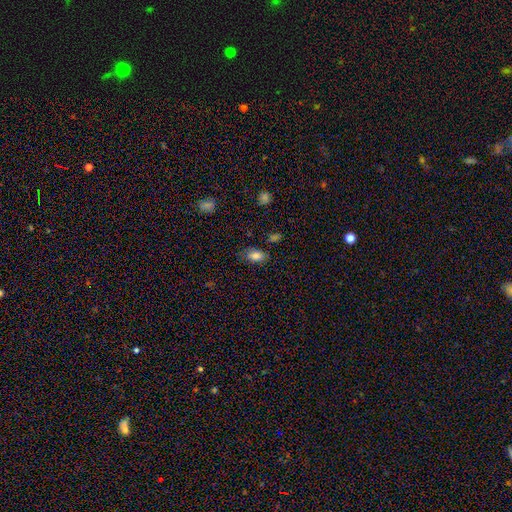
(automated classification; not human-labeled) Smooth or featured?
  - smooth: 82% *
  - star or artifact: 10%
  - featured or disk: 8%
How rounded?
  - in between: 88% *
  - round: 8%
  - cigar-shaped: 3%
Merging?
  - none: 76% *
  - minor disturbance: 18%
  - major disturbance: 4%
  - merger: 2%